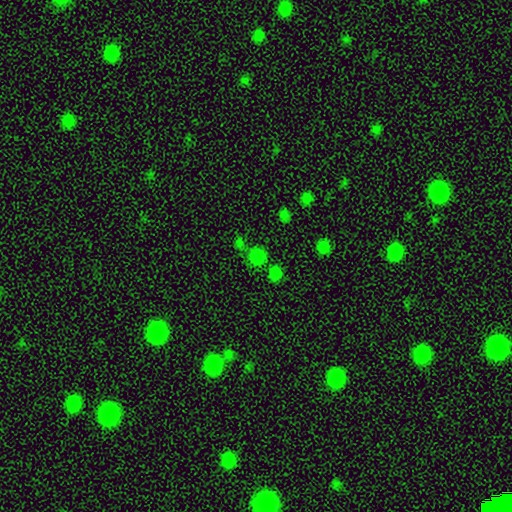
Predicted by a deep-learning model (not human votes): This is possibly a smooth galaxy (57%). How rounded: clearly round (85%). Merging: likely none (72%).